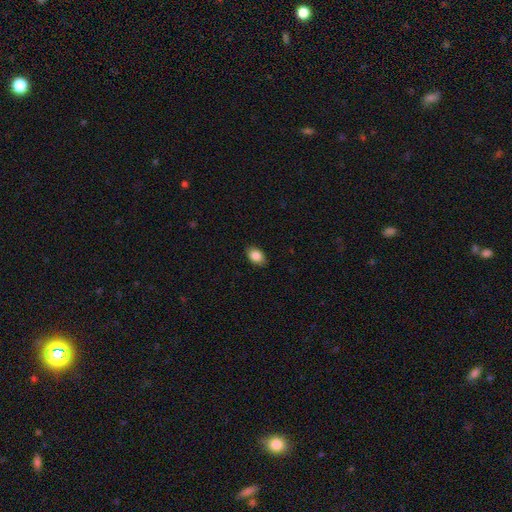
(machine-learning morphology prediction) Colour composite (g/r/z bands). It shows a smooth galaxy with no disk features (86%) that is in between round and cigar-shaped (83%). Merging: none (87%).